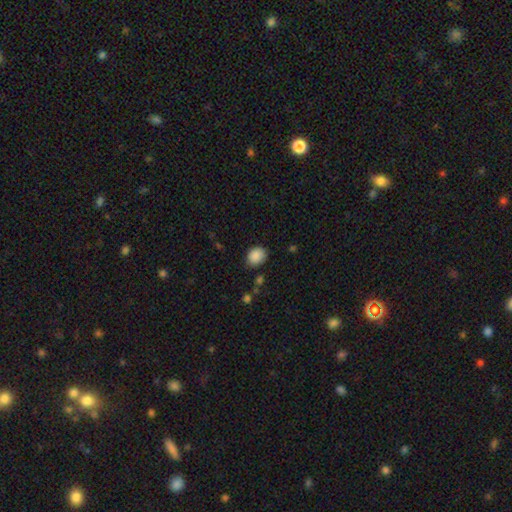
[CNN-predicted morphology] This is clearly a smooth galaxy (88%). How rounded: possibly round (58%). Merging: clearly none (81%).